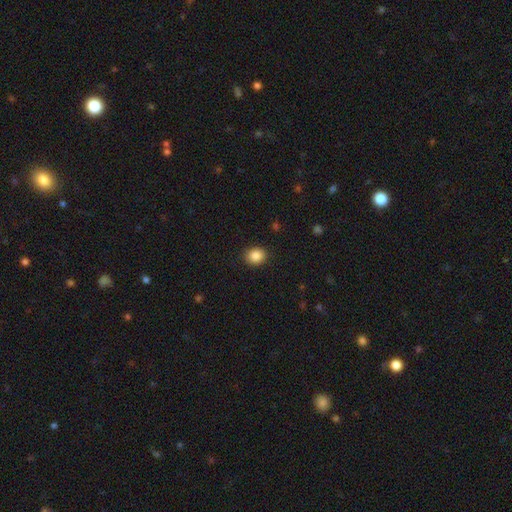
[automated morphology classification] Smooth or featured? Predicted: smooth (p=0.87). How rounded? Predicted: round (p=0.69). Merging? Predicted: none (p=0.90).